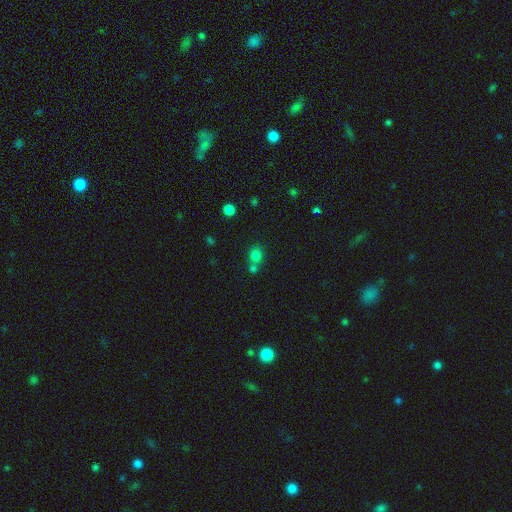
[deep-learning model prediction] Smooth or featured: smooth — 78% (star or artifact — 15%)
How rounded: round — 73% (in between — 26%)
Merging: none — 52% (merger — 36%)